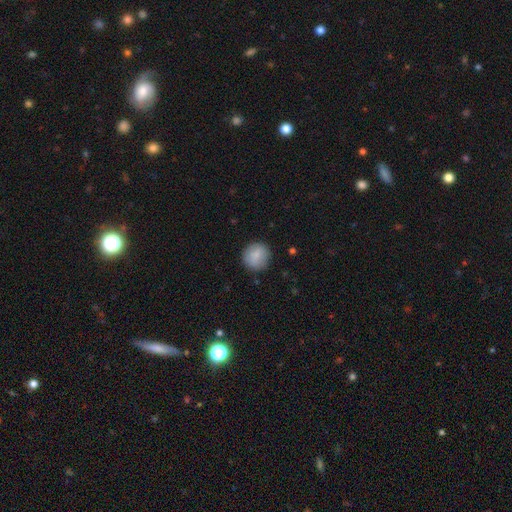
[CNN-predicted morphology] smooth-or-featured: smooth: 84% | featured or disk: 9% | star or artifact: 7%
  how-rounded: round: 91% | in between: 8% | cigar-shaped: 1%
  merging: none: 87% | minor disturbance: 9% | major disturbance: 3% | merger: 1%